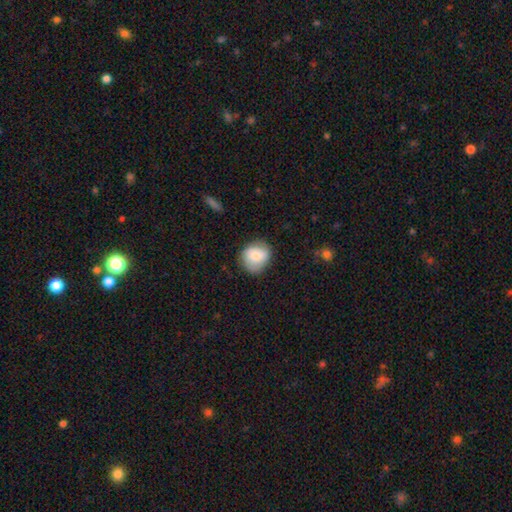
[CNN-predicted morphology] Smooth or featured? smooth (77%)
How rounded? round (72%)
Merging? none (73%)